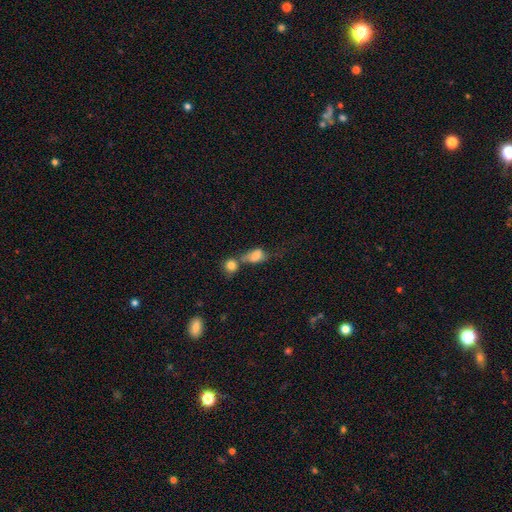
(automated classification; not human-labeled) smooth_or_featured: smooth (p=0.74) [alt: featured or disk p=0.16]
how_rounded: in between (p=0.75) [alt: round p=0.21]
merging: merger (p=0.53) [alt: none p=0.23]